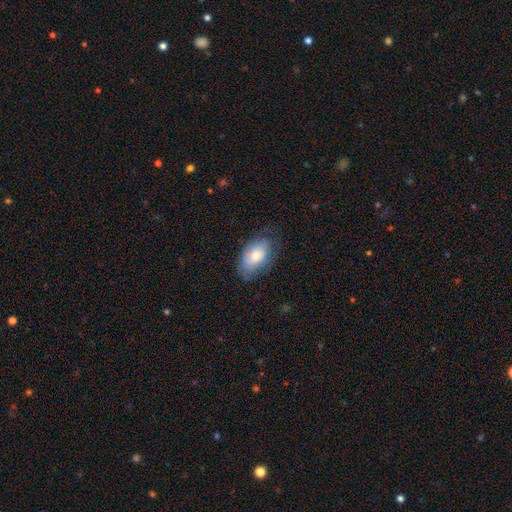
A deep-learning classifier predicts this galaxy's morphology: Smooth or featured?
  - smooth: 70% *
  - featured or disk: 23%
  - star or artifact: 7%
How rounded?
  - in between: 92% *
  - round: 7%
  - cigar-shaped: 2%
Merging?
  - none: 68% *
  - minor disturbance: 23%
  - major disturbance: 8%
  - merger: 1%